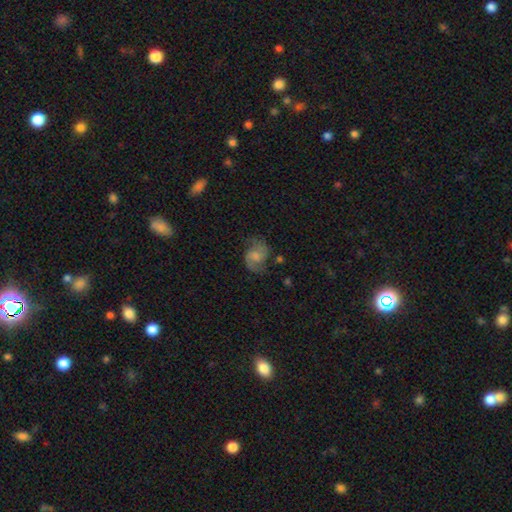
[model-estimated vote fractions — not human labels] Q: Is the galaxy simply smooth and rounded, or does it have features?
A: featured or disk — 61%.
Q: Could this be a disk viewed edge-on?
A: no — 97%.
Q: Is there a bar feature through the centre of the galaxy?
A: no — 61%.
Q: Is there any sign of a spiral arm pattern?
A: yes — 89%.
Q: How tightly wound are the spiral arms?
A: medium — 46%.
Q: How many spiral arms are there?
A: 2 — 84%.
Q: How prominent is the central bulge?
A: moderate — 38%.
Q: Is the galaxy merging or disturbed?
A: none — 59%.